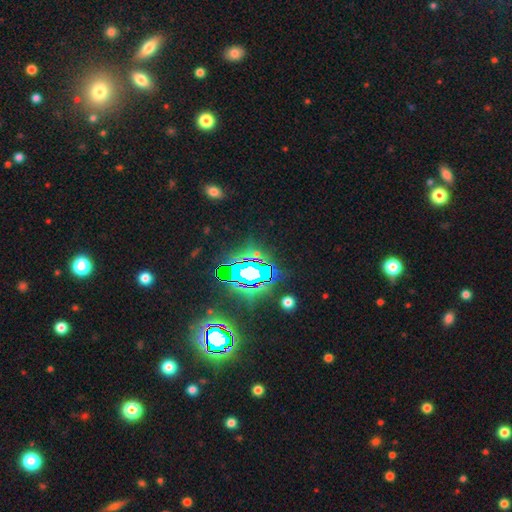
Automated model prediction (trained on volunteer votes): Q: Smooth or featured?
A: star or artifact (73%); runner-up: featured or disk (14%)